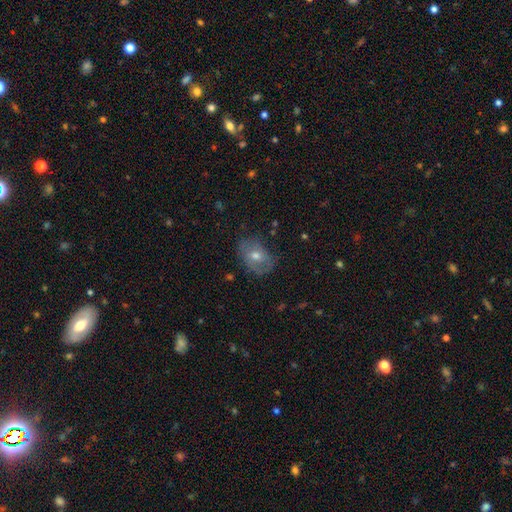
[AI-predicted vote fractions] This is possibly a smooth galaxy (46%). Merging: likely none (68%).